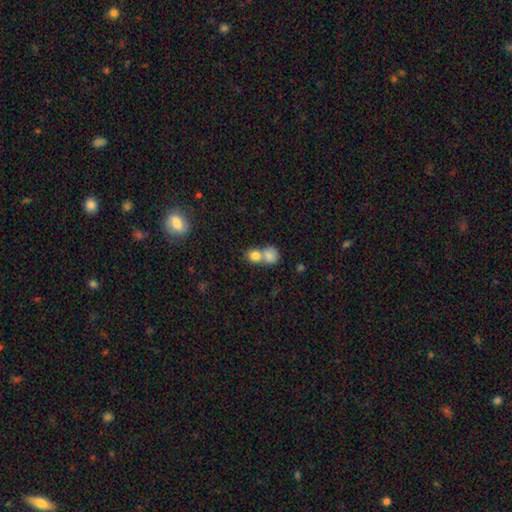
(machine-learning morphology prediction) smooth-or-featured: smooth: 82% | star or artifact: 9% | featured or disk: 9%
  how-rounded: round: 72% | in between: 27% | cigar-shaped: 1%
  merging: merger: 60% | none: 31% | minor disturbance: 6% | major disturbance: 3%